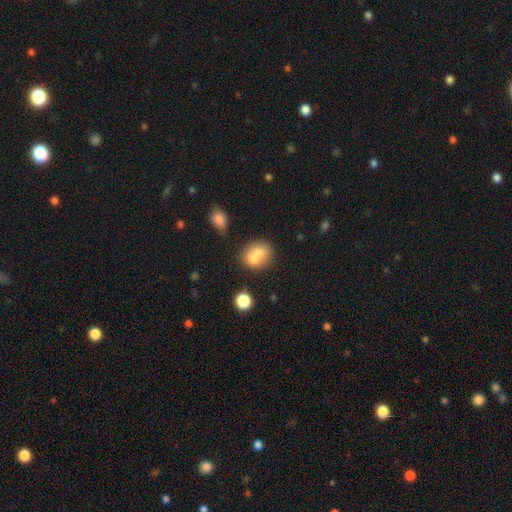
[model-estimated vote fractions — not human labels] A smooth galaxy with no disk features (71%) that is round (68%). Merging: merger (50%).